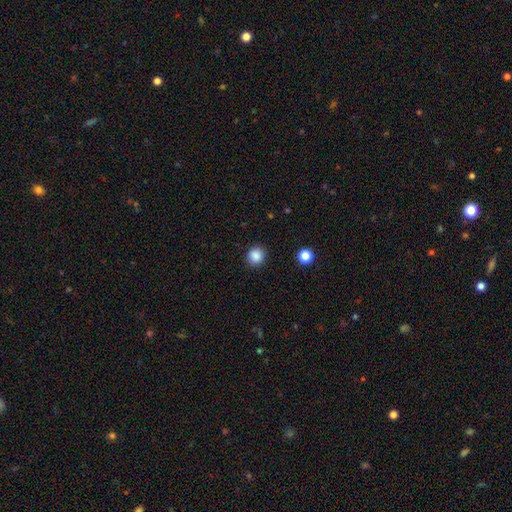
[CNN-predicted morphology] A smooth galaxy with no disk features (87%) that is round (86%).

Vote fractions:
- Smooth or featured? smooth: 87% / star or artifact: 10% / featured or disk: 3%
- How rounded? round: 86% / in between: 13% / cigar-shaped: 1%
- Merging? none: 90% / minor disturbance: 6% / major disturbance: 2% / merger: 1%